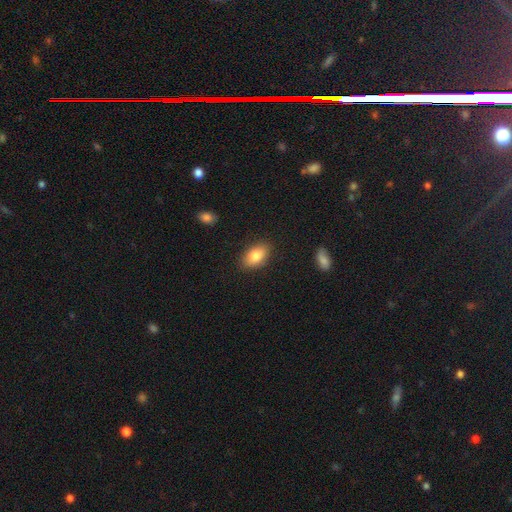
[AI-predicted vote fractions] Smooth or featured? smooth (82%)
How rounded? in between (91%)
Merging? none (86%)